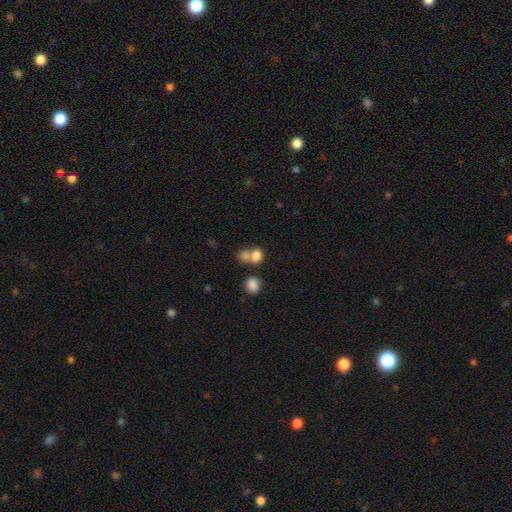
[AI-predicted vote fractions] Smooth or featured: smooth — 79% (star or artifact — 11%)
How rounded: round — 61% (in between — 38%)
Merging: merger — 53% (none — 35%)